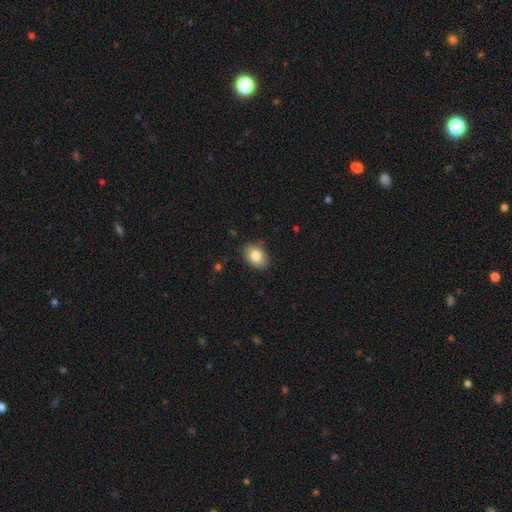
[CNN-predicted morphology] Smooth or featured?
  - smooth: 81% *
  - featured or disk: 11%
  - star or artifact: 8%
How rounded?
  - in between: 66% *
  - round: 34%
  - cigar-shaped: 1%
Merging?
  - none: 80% *
  - minor disturbance: 16%
  - major disturbance: 3%
  - merger: 1%